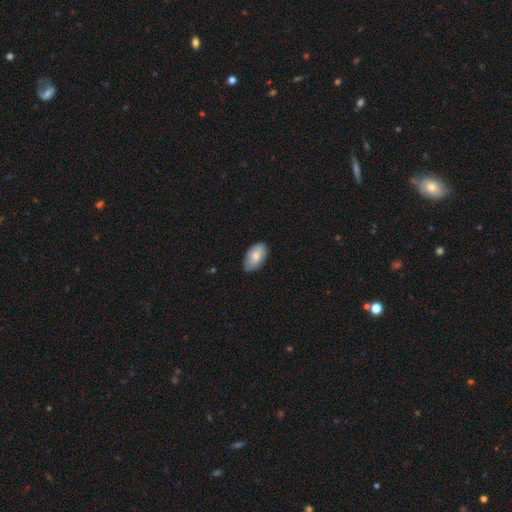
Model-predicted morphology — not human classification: smooth-or-featured: smooth: 80% | featured or disk: 14% | star or artifact: 6%
  how-rounded: in between: 95% | round: 4% | cigar-shaped: 2%
  merging: none: 78% | minor disturbance: 18% | major disturbance: 2% | merger: 1%